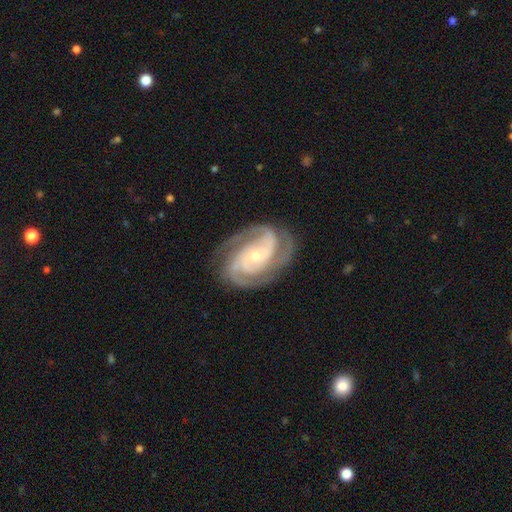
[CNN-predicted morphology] Smooth or featured: featured or disk — 92% (star or artifact — 4%)
Edge-on disk: no — 98% (yes — 2%)
Bar: no — 60% (weak — 27%)
Spiral arms: yes — 99% (no — 1%)
Spiral winding: tight — 60% (medium — 36%)
Spiral arm count: 3 — 47% (2 — 30%)
Bulge size: small — 63% (moderate — 33%)
Merging: none — 79% (minor disturbance — 15%)